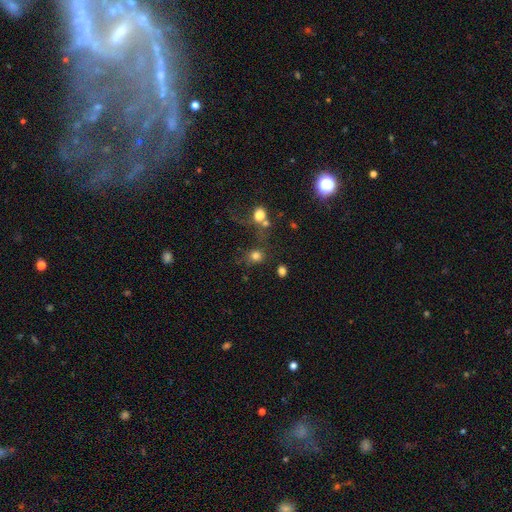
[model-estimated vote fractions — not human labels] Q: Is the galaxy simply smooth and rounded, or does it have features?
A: smooth — 78%.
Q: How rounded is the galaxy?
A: round — 80%.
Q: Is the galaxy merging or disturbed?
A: none — 57%.